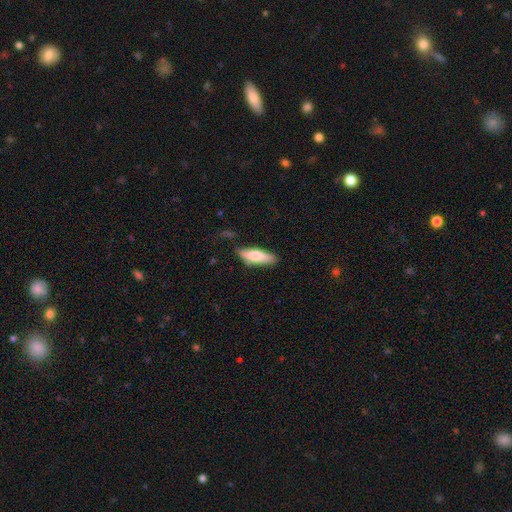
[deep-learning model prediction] Morphology: type=smooth (74%); roundness=in between (50%); merging=none (75%).